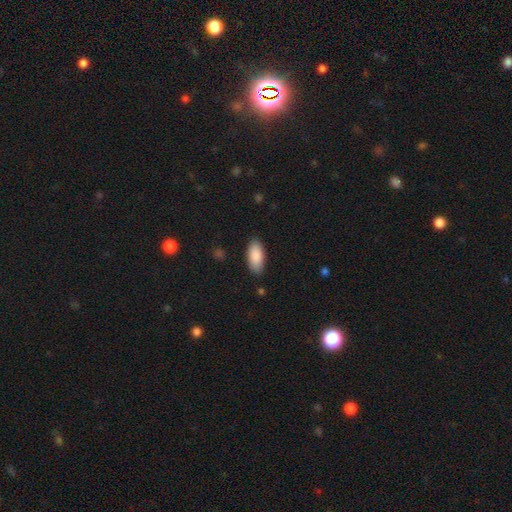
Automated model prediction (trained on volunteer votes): Smooth or featured?
  - smooth: 89% *
  - star or artifact: 6%
  - featured or disk: 6%
How rounded?
  - in between: 88% *
  - cigar-shaped: 10%
  - round: 2%
Merging?
  - none: 86% *
  - minor disturbance: 11%
  - major disturbance: 2%
  - merger: 1%